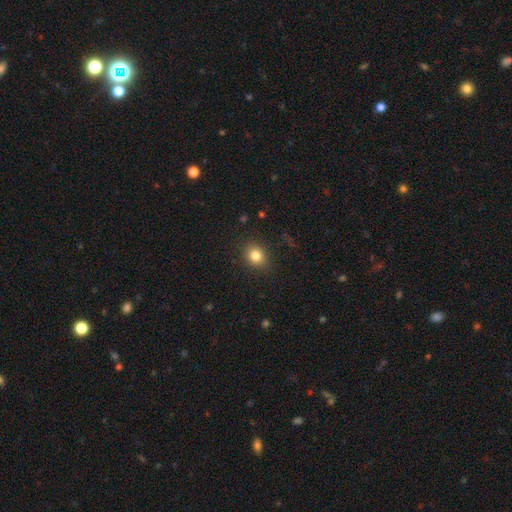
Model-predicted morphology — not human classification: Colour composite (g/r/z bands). It shows a smooth galaxy with no disk features (82%) that is round (67%). Merging: none (88%).